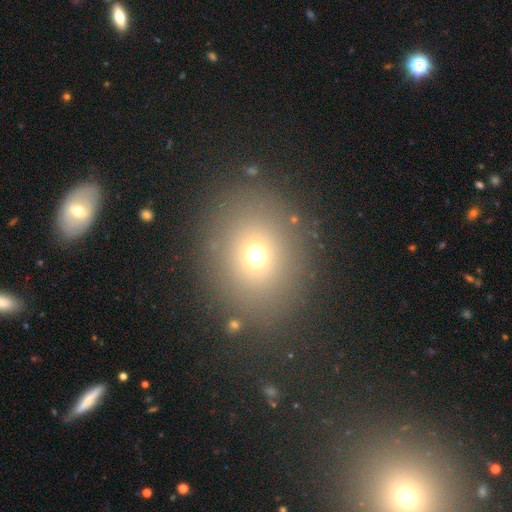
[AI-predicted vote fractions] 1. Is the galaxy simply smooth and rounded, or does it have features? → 66% smooth, 21% star or artifact, 13% featured or disk.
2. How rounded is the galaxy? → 60% round, 39% in between, 1% cigar-shaped.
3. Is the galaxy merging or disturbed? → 85% none, 8% minor disturbance, 4% major disturbance, 3% merger.